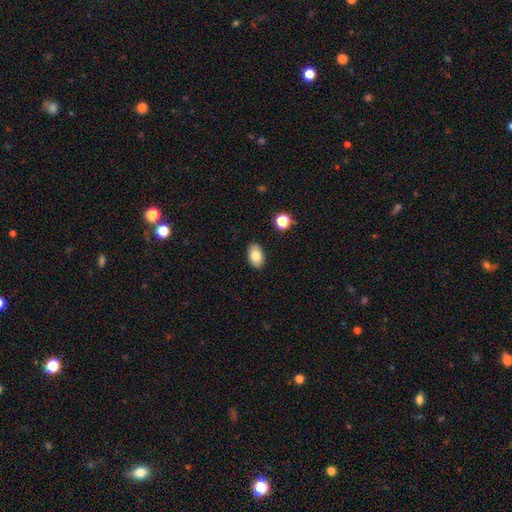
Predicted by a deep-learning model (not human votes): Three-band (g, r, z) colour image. It shows a smooth galaxy with no disk features (80%) that is in between round and cigar-shaped (88%). Merging: none (89%).